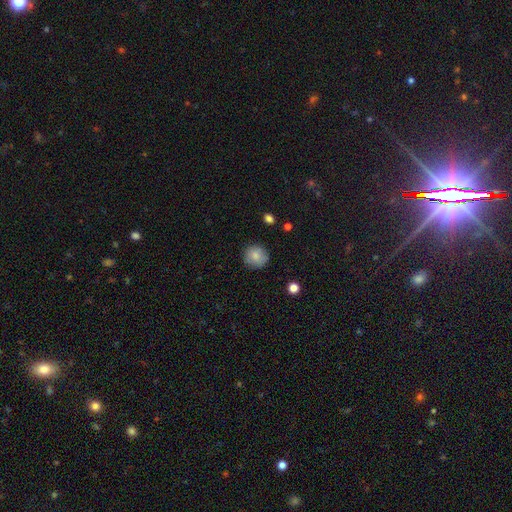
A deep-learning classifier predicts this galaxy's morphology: Overall: smooth (83%). How rounded: round (90%). Merging: none (84%).